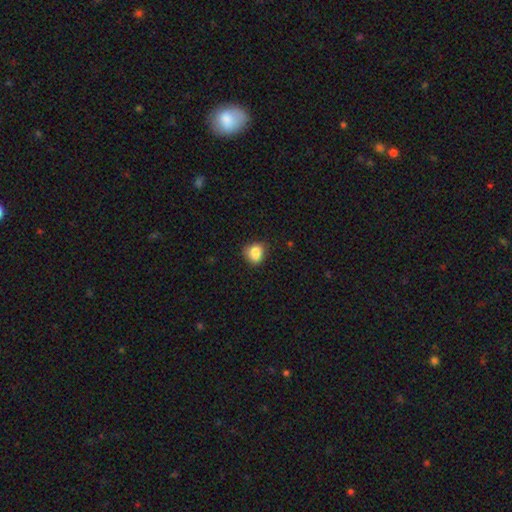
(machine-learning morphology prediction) This appears to be a smooth galaxy with no disk features (82%) that is round (59%). Merging: none (56%).